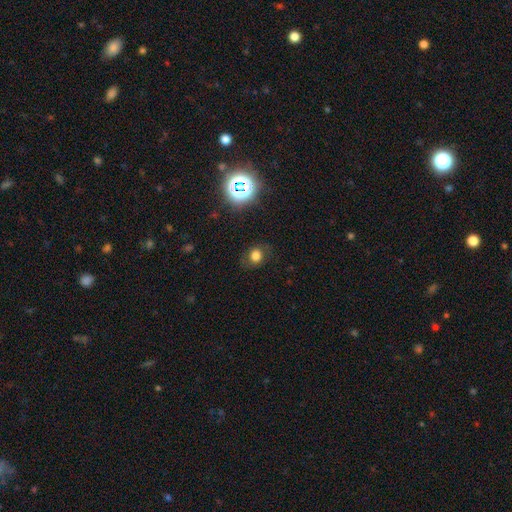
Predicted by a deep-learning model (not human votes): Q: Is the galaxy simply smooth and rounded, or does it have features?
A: smooth — 72%.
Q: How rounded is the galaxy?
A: round — 65%.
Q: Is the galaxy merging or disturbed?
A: none — 77%.